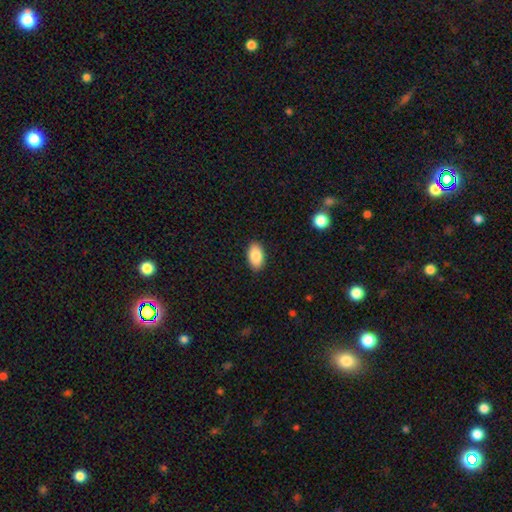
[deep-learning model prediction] The model was most divided on "smooth or featured": smooth: 86%, featured or disk: 7%, star or artifact: 7%. More confident: how rounded — in between (93%); merging — none (90%).